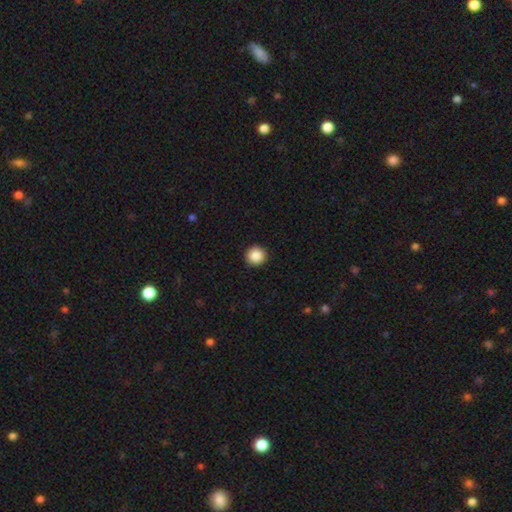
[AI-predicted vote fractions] This appears to be a smooth galaxy with no disk features (88%) that is round (95%). Merging: none (93%).